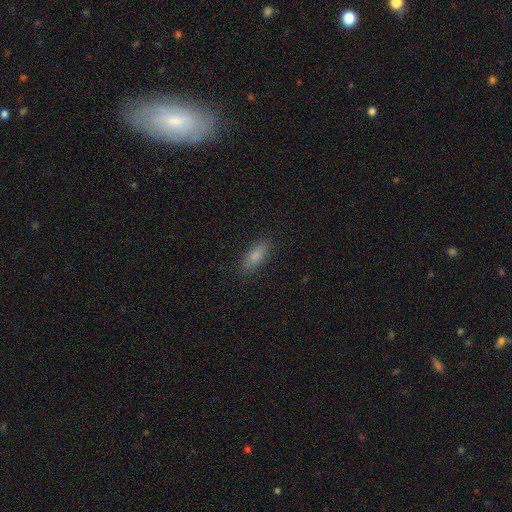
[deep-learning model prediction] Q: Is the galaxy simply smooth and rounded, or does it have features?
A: smooth — 84%.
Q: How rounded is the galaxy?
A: in between — 74%.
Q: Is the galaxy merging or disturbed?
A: none — 86%.